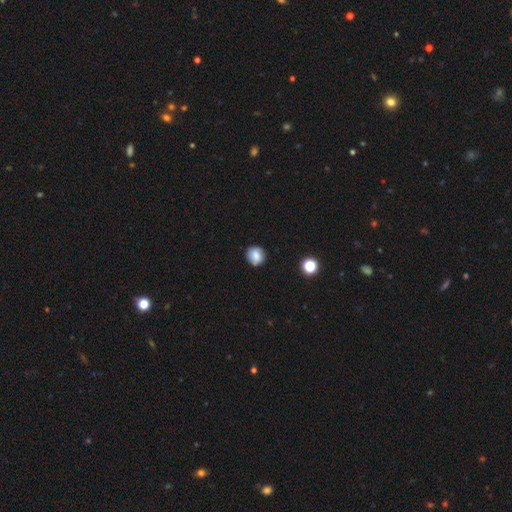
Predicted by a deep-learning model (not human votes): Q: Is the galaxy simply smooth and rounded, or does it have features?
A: smooth — 79%.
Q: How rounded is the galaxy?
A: round — 85%.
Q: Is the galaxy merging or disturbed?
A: none — 84%.